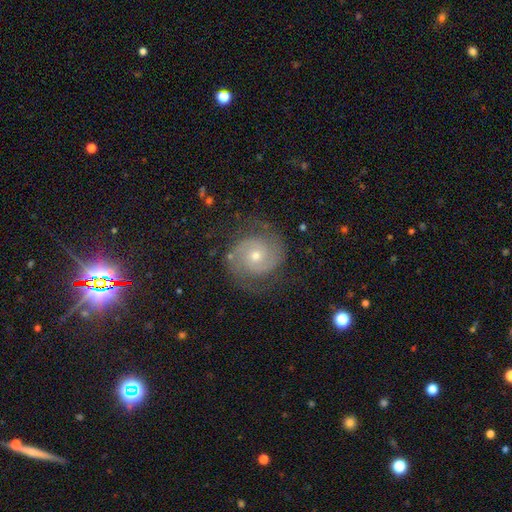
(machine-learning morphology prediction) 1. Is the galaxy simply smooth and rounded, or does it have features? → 85% featured or disk, 8% smooth, 7% star or artifact.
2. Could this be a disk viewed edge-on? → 98% no, 2% yes.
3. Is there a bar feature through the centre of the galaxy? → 72% no, 23% weak, 5% strong.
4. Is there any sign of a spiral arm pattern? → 97% yes, 3% no.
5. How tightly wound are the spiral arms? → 48% tight, 42% medium, 10% loose.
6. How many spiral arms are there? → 90% 2, 4% can't tell, 2% 3, 1% 1, 1% 4, 1% more than 4.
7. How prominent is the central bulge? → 51% small, 46% moderate, 2% large, 1% none, 1% dominant.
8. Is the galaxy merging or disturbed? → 79% none, 14% minor disturbance, 6% major disturbance, 1% merger.